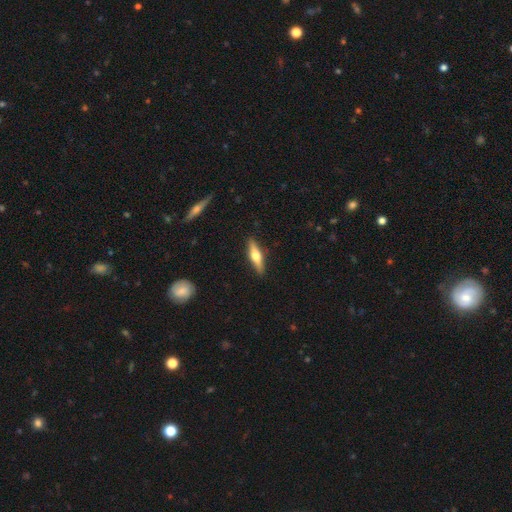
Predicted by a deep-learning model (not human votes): Q: Smooth or featured?
A: featured or disk (50%); runner-up: smooth (44%)
Q: Edge-on disk?
A: yes (94%); runner-up: no (6%)
Q: Merging?
A: none (89%); runner-up: minor disturbance (8%)